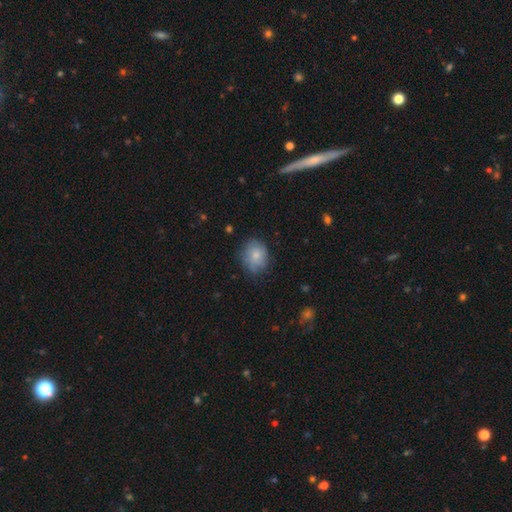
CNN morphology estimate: Overall: smooth (78%). How rounded: round (57%; in between 42%). Merging: none (71%).